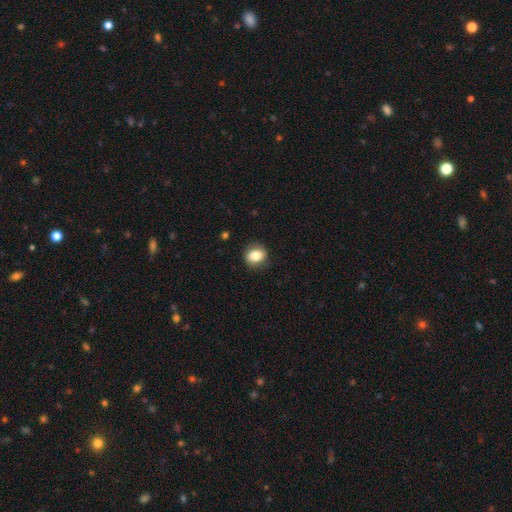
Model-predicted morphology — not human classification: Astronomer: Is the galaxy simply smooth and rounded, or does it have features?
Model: smooth — 82%.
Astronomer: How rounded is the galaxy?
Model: round — 61% (runner-up: in between, 38%).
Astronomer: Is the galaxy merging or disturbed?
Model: none — 86%.